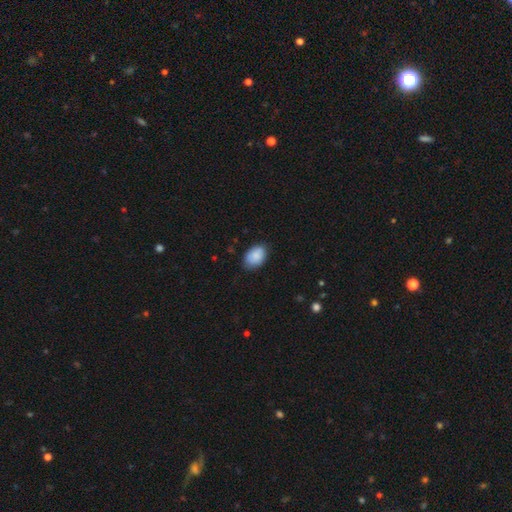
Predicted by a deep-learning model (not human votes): Overall: smooth (87%). How rounded: in between (86%). Merging: none (76%).